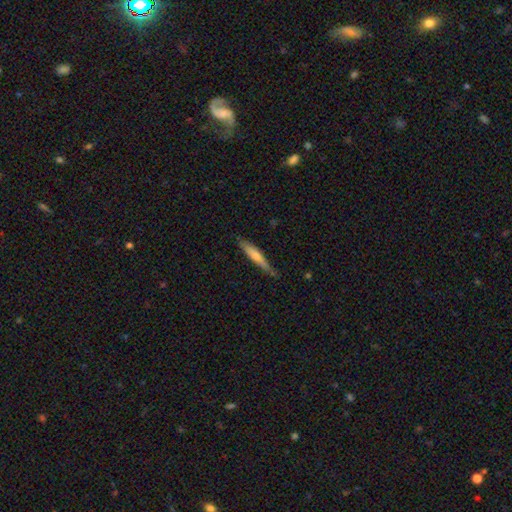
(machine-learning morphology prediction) Q: Smooth or featured?
A: smooth (63%); runner-up: featured or disk (31%)
Q: How rounded?
A: cigar-shaped (89%); runner-up: in between (10%)
Q: Merging?
A: none (73%); runner-up: minor disturbance (21%)